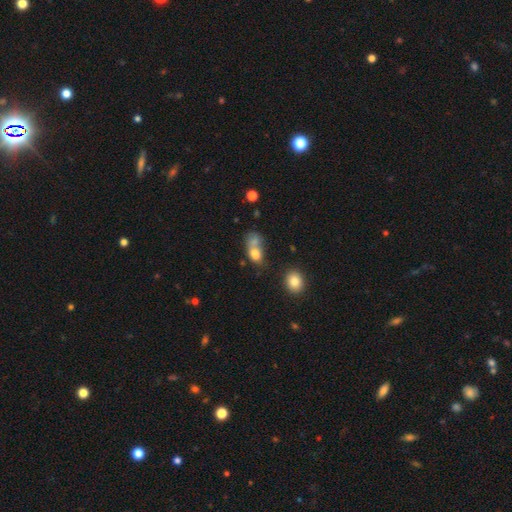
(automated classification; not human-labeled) This appears to be a smooth galaxy with no disk features (74%) that is in between round and cigar-shaped (65%). Merging: merger (56%).